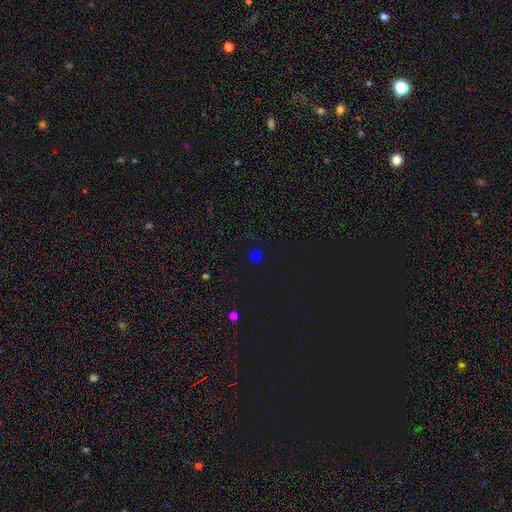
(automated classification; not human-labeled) Smooth or featured: smooth — 64% (star or artifact — 32%)
How rounded: round — 91% (in between — 8%)
Merging: none — 87% (minor disturbance — 8%)